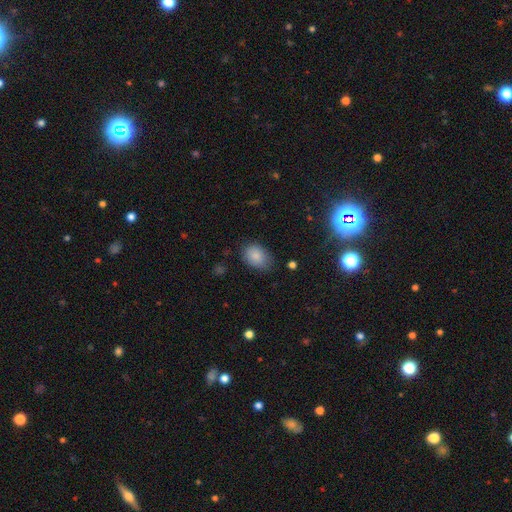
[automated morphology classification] A smooth galaxy with no disk features (85%) that is in between round and cigar-shaped (75%).

Vote fractions:
- Smooth or featured? smooth: 85% / star or artifact: 8% / featured or disk: 6%
- How rounded? in between: 75% / round: 24% / cigar-shaped: 1%
- Merging? none: 68% / minor disturbance: 25% / major disturbance: 5% / merger: 1%